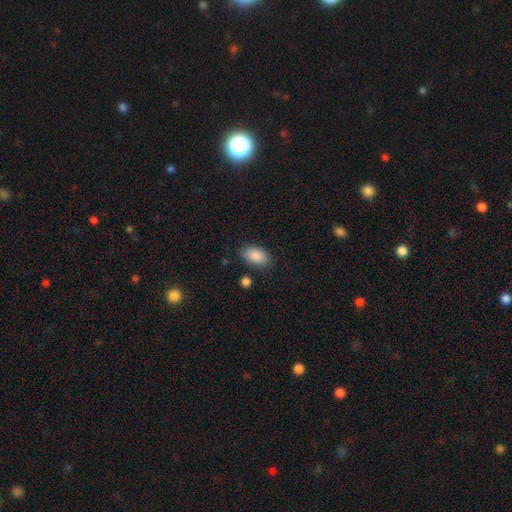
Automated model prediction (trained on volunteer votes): Smooth or featured?
  - smooth: 88% *
  - star or artifact: 7%
  - featured or disk: 5%
How rounded?
  - in between: 93% *
  - round: 6%
  - cigar-shaped: 2%
Merging?
  - none: 82% *
  - minor disturbance: 12%
  - major disturbance: 3%
  - merger: 3%